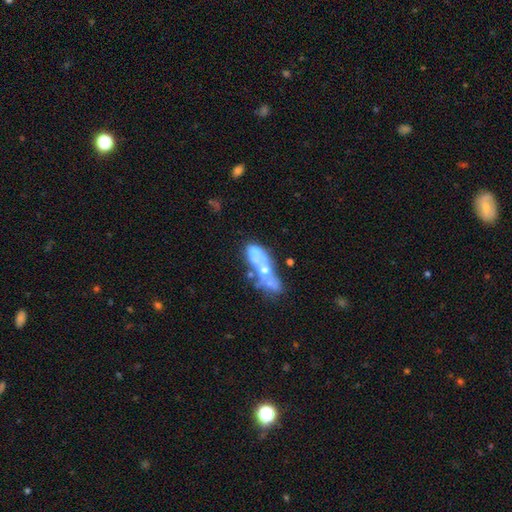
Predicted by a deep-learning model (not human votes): featured or disk 55%, smooth 33%, star or artifact 12%. Down the decision tree: edge-on disk — no (92%); bar — no (93%); spiral arms — no (95%); bulge size — moderate (41%); merging — merger (47%).